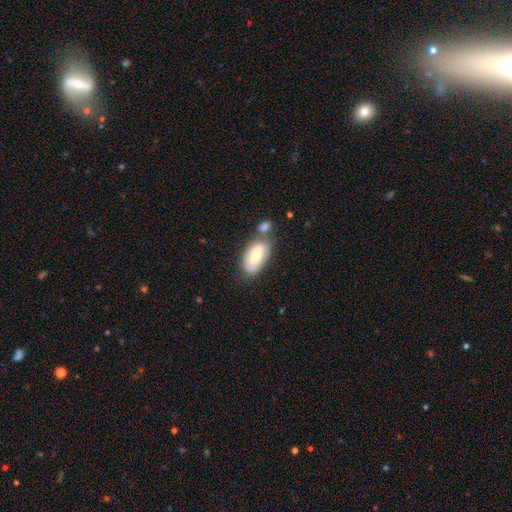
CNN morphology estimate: Smooth or featured? Predicted: smooth (p=0.66). How rounded? Predicted: in between (p=0.94). Merging? Predicted: none (p=0.44).